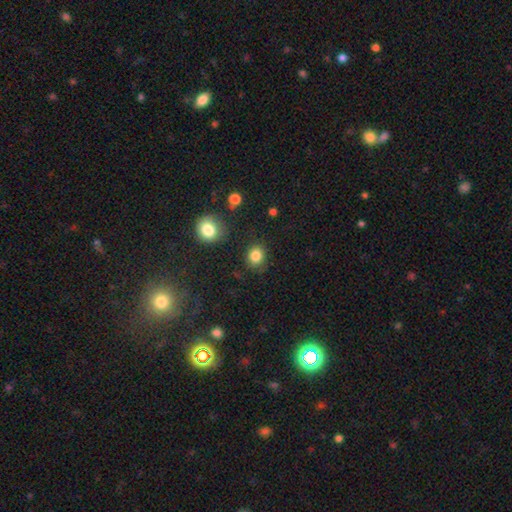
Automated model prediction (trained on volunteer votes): A smooth galaxy with no disk features (84%) that is round (74%).

Vote fractions:
- Smooth or featured? smooth: 84% / star or artifact: 11% / featured or disk: 5%
- How rounded? round: 74% / in between: 25% / cigar-shaped: 1%
- Merging? none: 83% / minor disturbance: 11% / major disturbance: 3% / merger: 2%